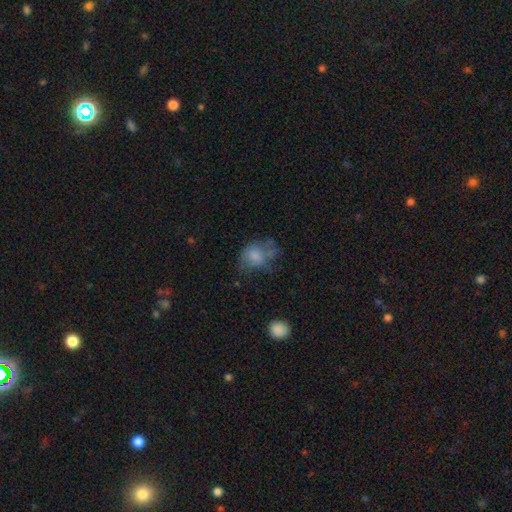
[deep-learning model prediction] This is likely a smooth galaxy (64%). How rounded: likely in between (66%). Merging: marginally none (36%).